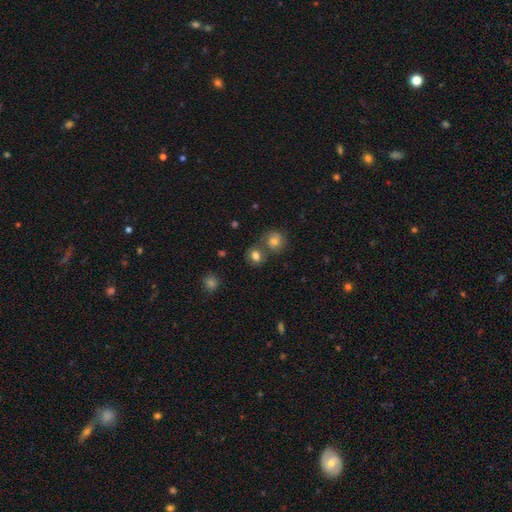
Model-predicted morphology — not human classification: This appears to be a smooth galaxy with no disk features (77%) that is round (59%). Merging: none (48%).